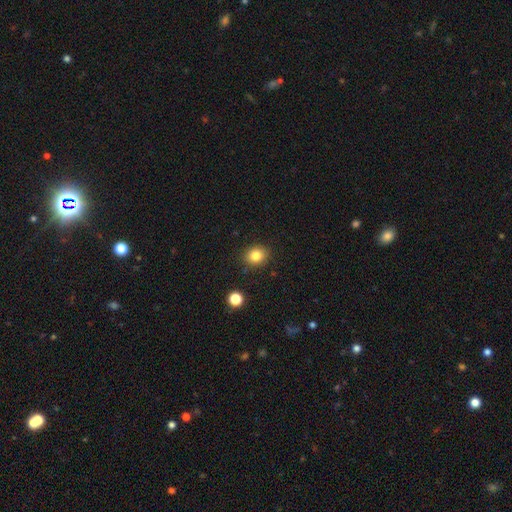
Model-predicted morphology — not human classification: Smooth or featured? smooth (82%)
How rounded? round (66%)
Merging? none (88%)